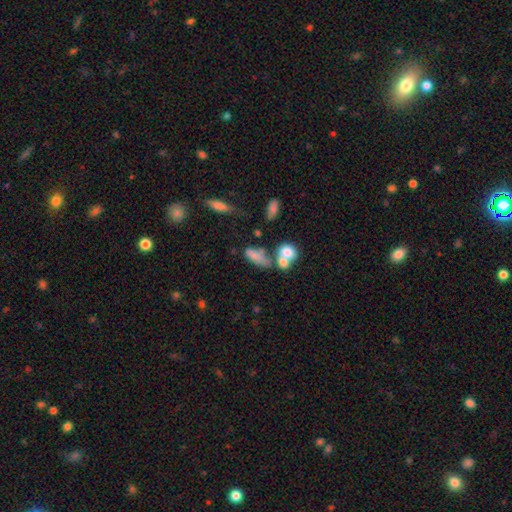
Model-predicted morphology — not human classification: Q: Smooth or featured?
A: smooth (69%); runner-up: featured or disk (19%)
Q: How rounded?
A: in between (70%); runner-up: cigar-shaped (20%)
Q: Merging?
A: merger (39%); runner-up: none (27%)